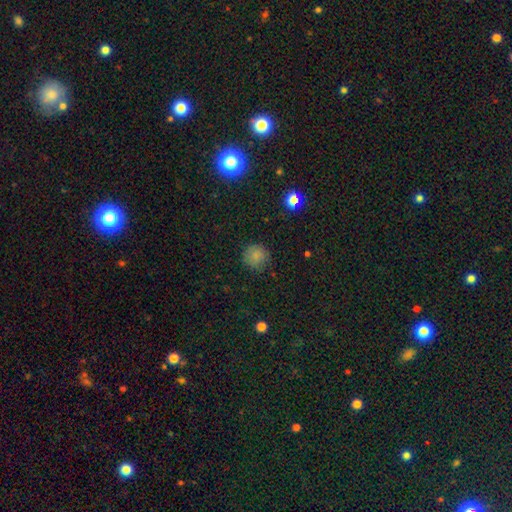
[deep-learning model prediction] This appears to be a smooth galaxy with no disk features (80%) that is round (92%). Merging: none (84%).